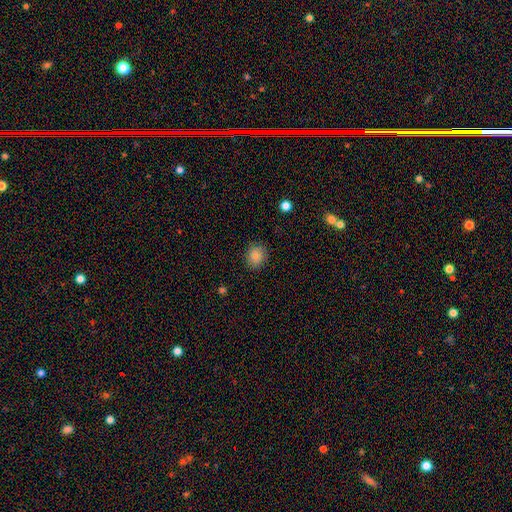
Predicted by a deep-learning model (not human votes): This is clearly a smooth galaxy (85%). How rounded: likely round (74%). Merging: clearly none (87%).